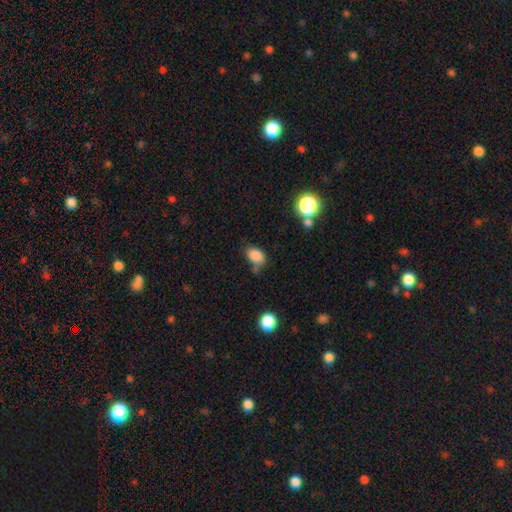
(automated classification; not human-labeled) This is clearly a smooth galaxy (84%). How rounded: likely in between (72%). Merging: possibly none (55%).